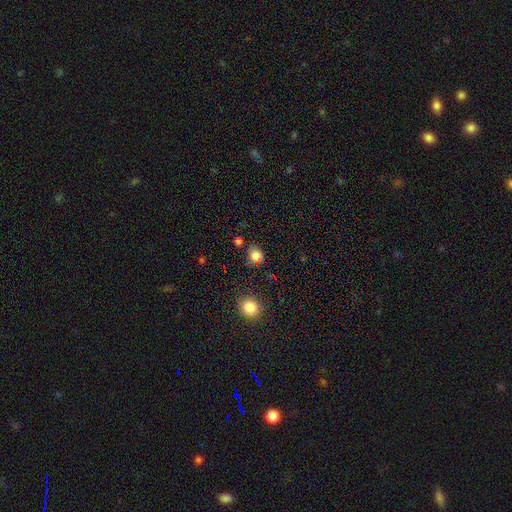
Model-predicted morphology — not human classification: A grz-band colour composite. It shows a smooth galaxy with no disk features (79%) that is round (70%). Merging: none (72%).